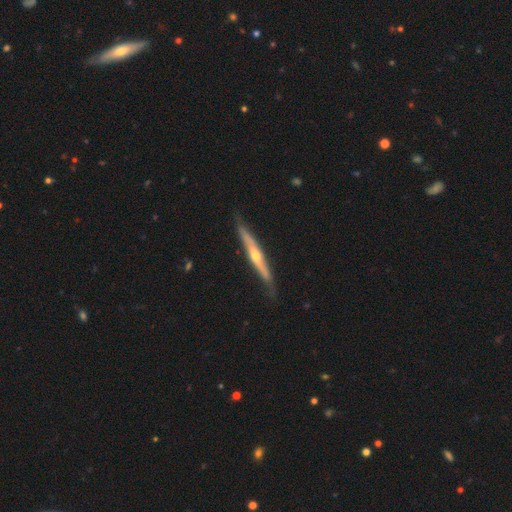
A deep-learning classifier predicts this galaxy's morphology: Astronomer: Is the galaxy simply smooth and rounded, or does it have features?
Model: featured or disk — 76%.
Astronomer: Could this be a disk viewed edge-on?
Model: yes — 96%.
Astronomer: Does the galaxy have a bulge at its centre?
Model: rounded — 85%.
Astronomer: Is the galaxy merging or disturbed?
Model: none — 82%.